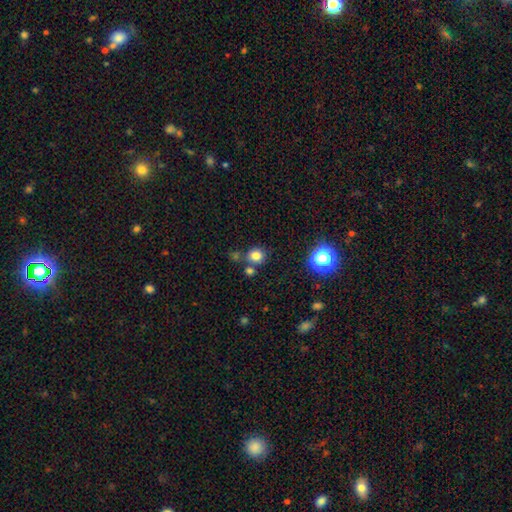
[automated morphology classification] smooth_or_featured: smooth (p=0.78) [alt: star or artifact p=0.15]
how_rounded: round (p=0.84) [alt: in between p=0.15]
merging: none (p=0.73) [alt: merger p=0.13]